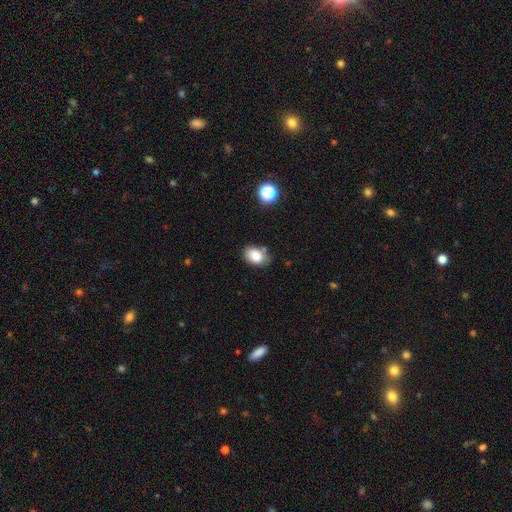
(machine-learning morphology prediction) Smooth or featured: smooth — 83% (star or artifact — 9%)
How rounded: in between — 78% (round — 21%)
Merging: none — 68% (minor disturbance — 22%)